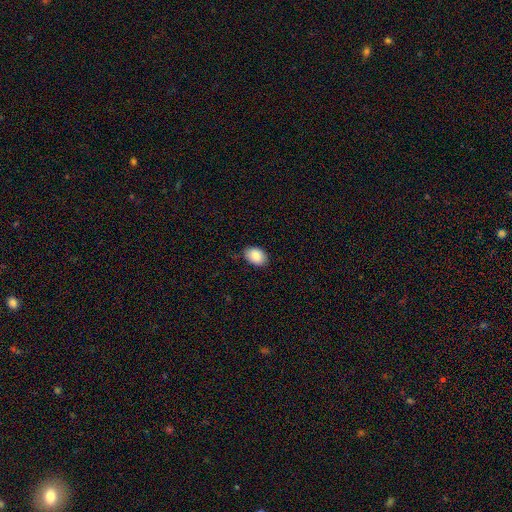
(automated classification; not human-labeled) Smooth or featured: smooth — 87% (star or artifact — 7%)
How rounded: in between — 81% (round — 18%)
Merging: none — 84% (minor disturbance — 13%)